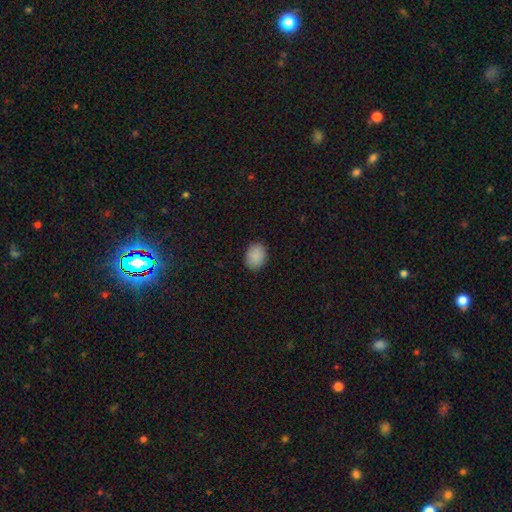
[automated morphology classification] A smooth galaxy with no disk features (89%) that is in between round and cigar-shaped (52%). Merging: none (89%).